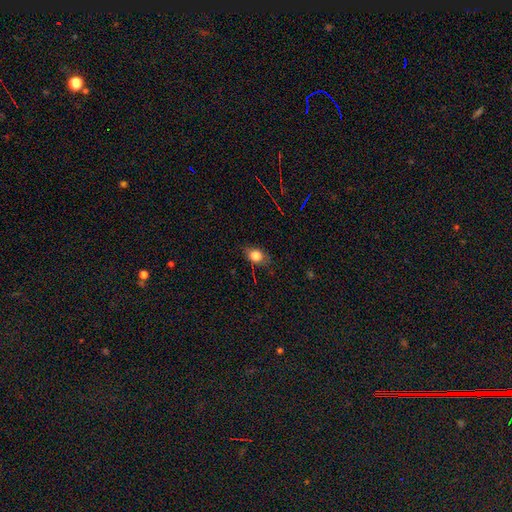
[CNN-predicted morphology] Smooth or featured?
  - smooth: 81% *
  - star or artifact: 10%
  - featured or disk: 9%
How rounded?
  - in between: 63% *
  - round: 35%
  - cigar-shaped: 2%
Merging?
  - none: 75% *
  - minor disturbance: 20%
  - major disturbance: 4%
  - merger: 1%